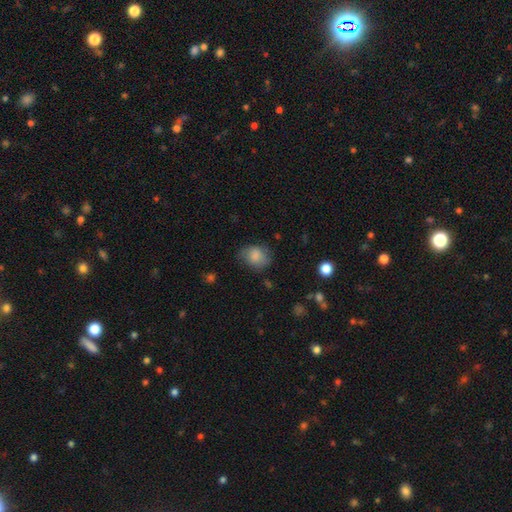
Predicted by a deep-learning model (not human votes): smooth 80%, featured or disk 12%, star or artifact 8%. Down the decision tree: how rounded — round (55%); merging — none (63%).